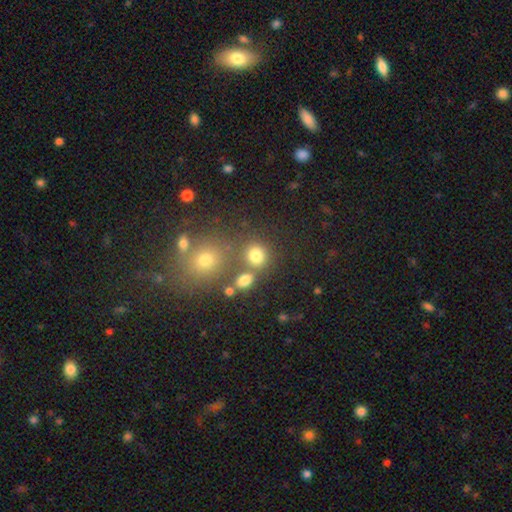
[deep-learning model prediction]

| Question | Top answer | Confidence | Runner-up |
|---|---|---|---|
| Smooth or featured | smooth | 76% | star or artifact (16%) |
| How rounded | round | 77% | in between (21%) |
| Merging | none | 62% | merger (22%) |